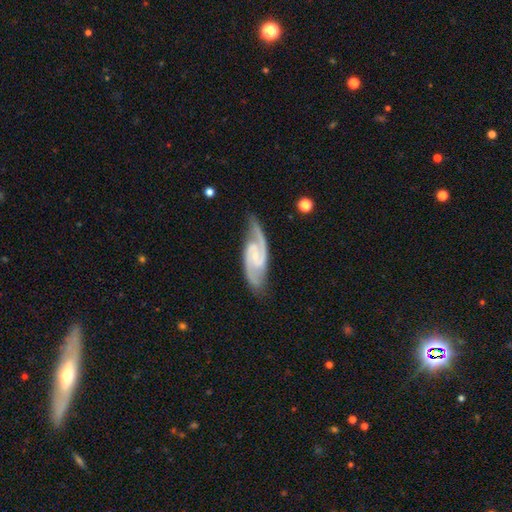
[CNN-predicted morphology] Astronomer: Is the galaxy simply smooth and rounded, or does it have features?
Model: featured or disk — 92%.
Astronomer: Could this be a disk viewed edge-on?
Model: no — 96%.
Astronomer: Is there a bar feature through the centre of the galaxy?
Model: weak — 46% (runner-up: no, 37%).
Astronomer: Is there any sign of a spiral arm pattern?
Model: yes — 98%.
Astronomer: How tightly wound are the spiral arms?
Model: medium — 57%.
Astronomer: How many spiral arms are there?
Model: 2 — 93%.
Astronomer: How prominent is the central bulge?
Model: small — 63%.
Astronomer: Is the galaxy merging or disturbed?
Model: none — 79%.